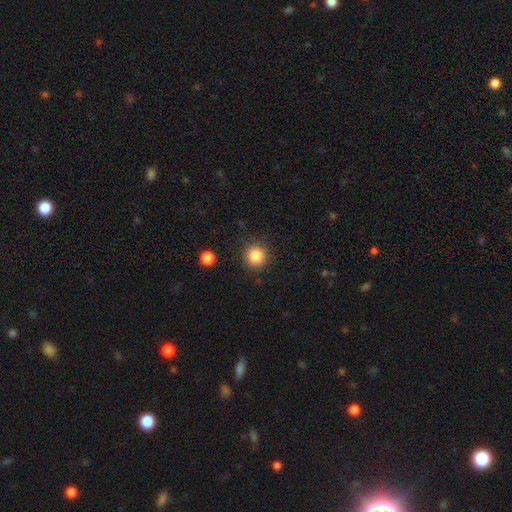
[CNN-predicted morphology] Overall: smooth (86%). How rounded: round (94%). Merging: none (89%).